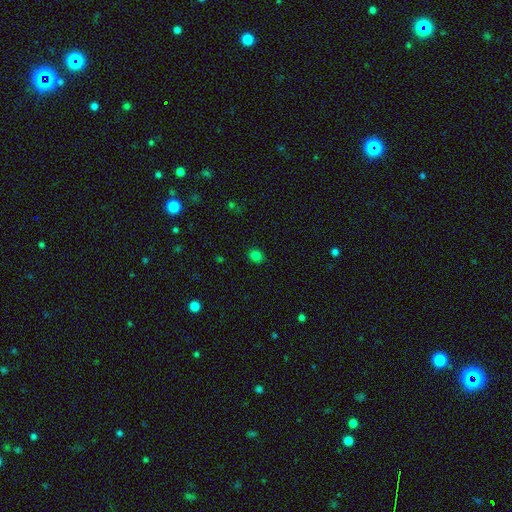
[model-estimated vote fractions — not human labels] Morphology: type=smooth (80%); roundness=round (74%); merging=none (89%).